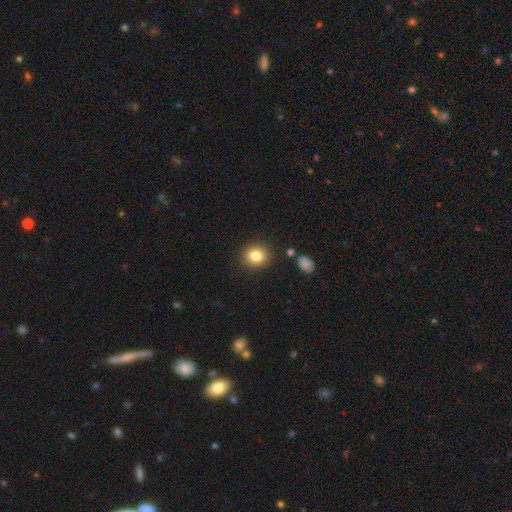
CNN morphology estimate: This is clearly a smooth galaxy (83%). How rounded: likely round (61%). Merging: clearly none (86%).